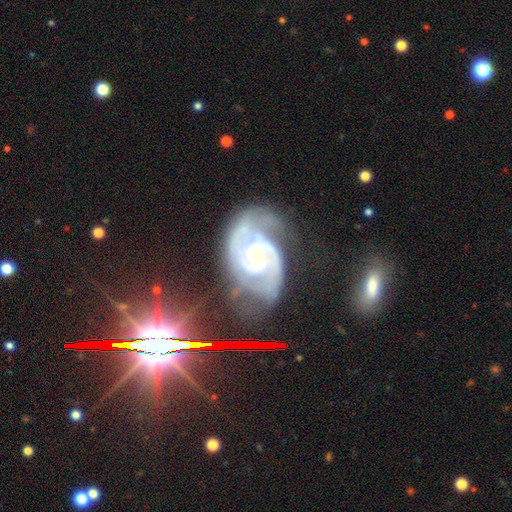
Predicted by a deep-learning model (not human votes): Smooth or featured? featured or disk (89%)
Edge-on disk? no (98%)
Bar? no (60%)
Spiral arms? yes (98%)
Spiral winding? tight (54%)
Spiral arm count? 2 (69%)
Bulge size? small (81%)
Merging? none (59%)